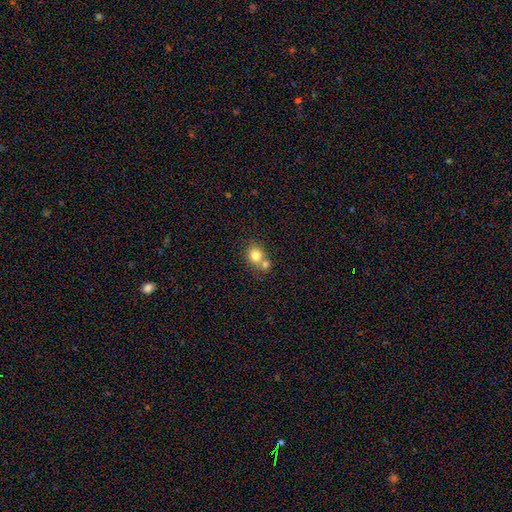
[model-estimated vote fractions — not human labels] Smooth or featured?
  - smooth: 79% *
  - featured or disk: 11%
  - star or artifact: 10%
How rounded?
  - round: 73% *
  - in between: 26%
  - cigar-shaped: 1%
Merging?
  - none: 44% * (tied)
  - merger: 44% * (tied)
  - minor disturbance: 9%
  - major disturbance: 3%